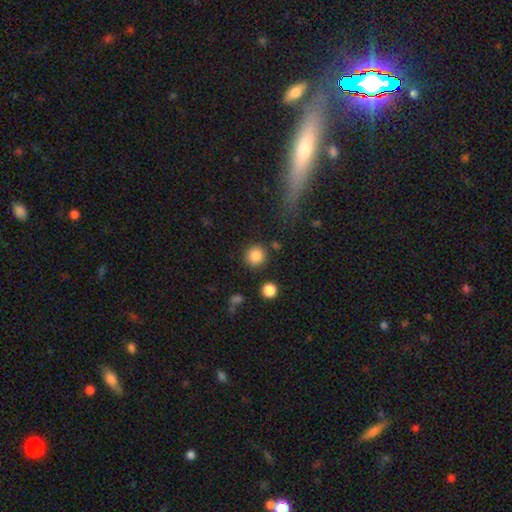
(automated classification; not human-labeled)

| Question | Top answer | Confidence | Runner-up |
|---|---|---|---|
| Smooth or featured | smooth | 86% | star or artifact (10%) |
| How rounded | round | 91% | in between (8%) |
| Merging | none | 83% | minor disturbance (9%) |